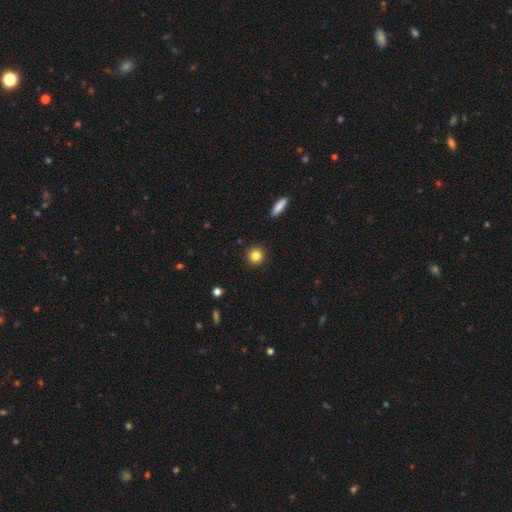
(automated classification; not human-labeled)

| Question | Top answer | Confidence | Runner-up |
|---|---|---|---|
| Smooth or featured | smooth | 84% | star or artifact (10%) |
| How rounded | round | 92% | in between (7%) |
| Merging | none | 92% | minor disturbance (5%) |